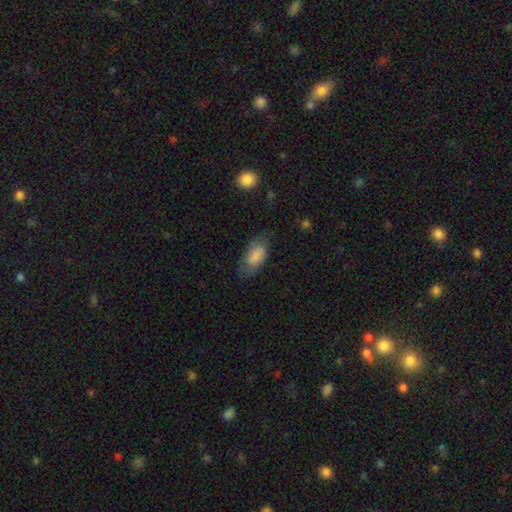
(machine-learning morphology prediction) A smooth galaxy with no disk features (81%) that is in between round and cigar-shaped (93%).

Vote fractions:
- Smooth or featured? smooth: 81% / featured or disk: 13% / star or artifact: 7%
- How rounded? in between: 93% / round: 4% / cigar-shaped: 3%
- Merging? none: 67% / minor disturbance: 23% / major disturbance: 9% / merger: 1%